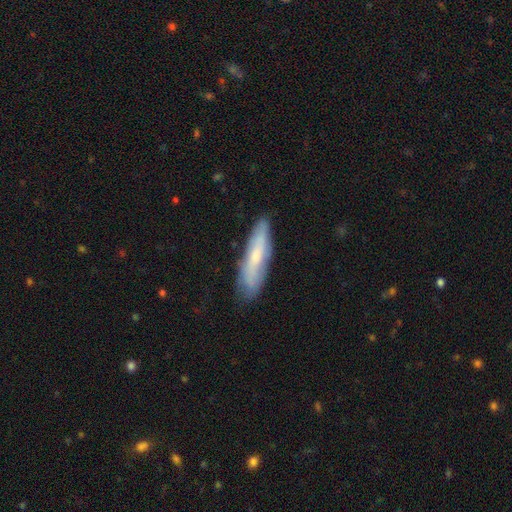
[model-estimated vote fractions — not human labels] Smooth or featured? Predicted: smooth (p=0.58). How rounded? Predicted: cigar-shaped (p=0.73). Merging? Predicted: none (p=0.79).